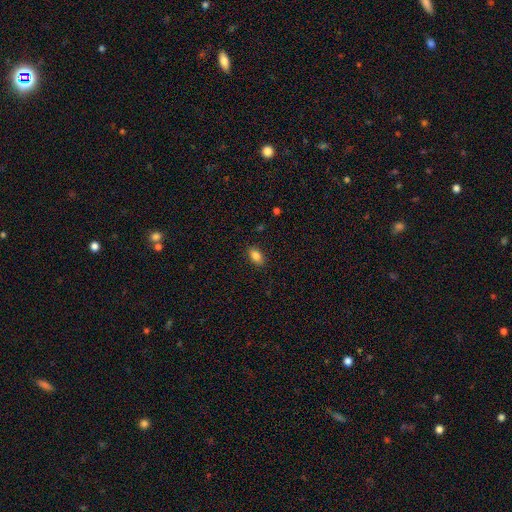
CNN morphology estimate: Overall: smooth (85%). How rounded: in between (88%). Merging: none (87%).